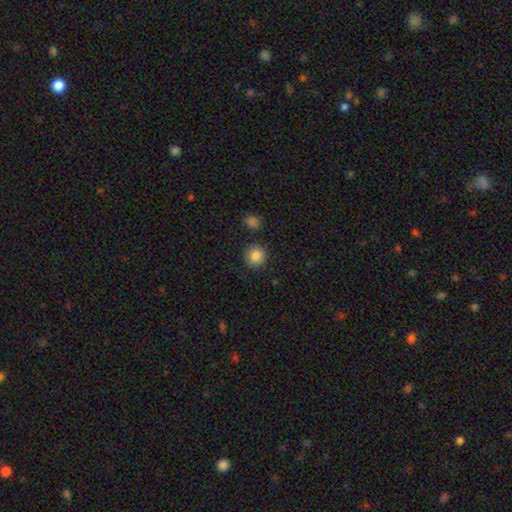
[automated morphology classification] The model was most divided on "smooth or featured": smooth: 86%, star or artifact: 9%, featured or disk: 5%. More confident: how rounded — round (92%); merging — none (89%).